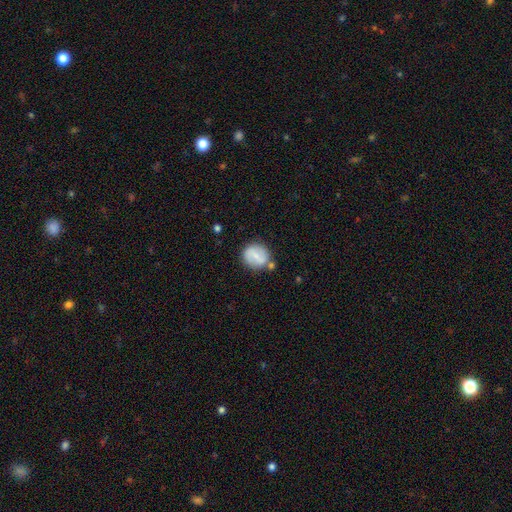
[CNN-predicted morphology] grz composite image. It shows a smooth galaxy with no disk features (57%) that is round (77%). Merging: none (71%).